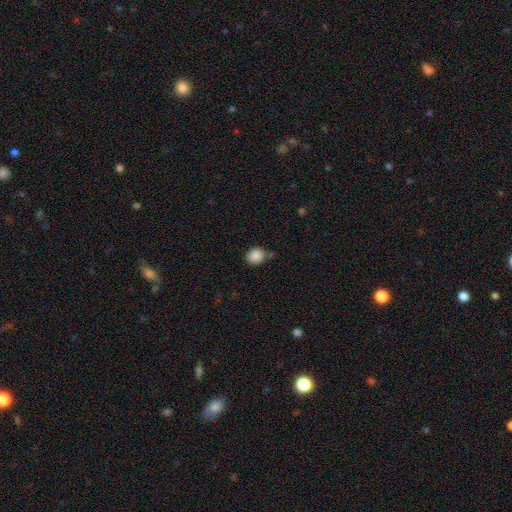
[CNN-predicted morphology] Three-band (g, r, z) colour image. It shows a smooth galaxy with no disk features (88%) that is round (71%). Merging: none (69%).